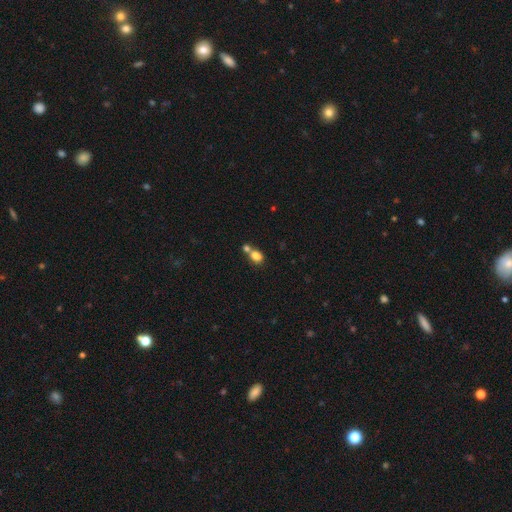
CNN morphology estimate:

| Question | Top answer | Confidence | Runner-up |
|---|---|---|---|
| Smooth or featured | smooth | 81% | star or artifact (11%) |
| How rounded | in between | 57% | round (41%) |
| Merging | merger | 47% | none (40%) |